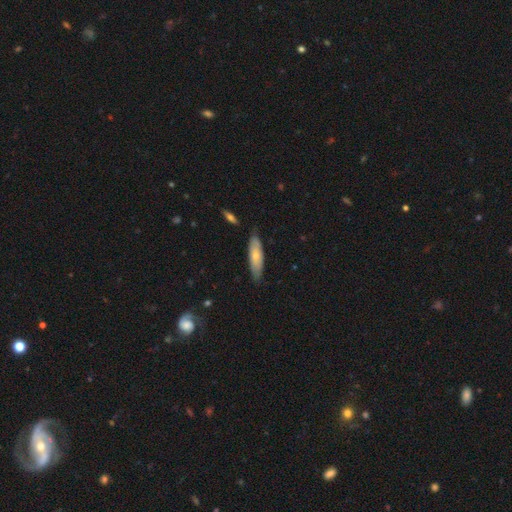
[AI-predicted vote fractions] smooth_or_featured: smooth (p=0.62) [alt: featured or disk p=0.33]
how_rounded: cigar-shaped (p=0.50) [alt: in between p=0.48]
merging: none (p=0.76) [alt: minor disturbance p=0.19]